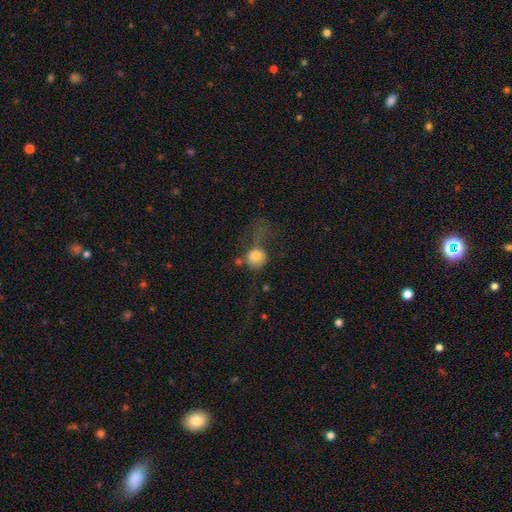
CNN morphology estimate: A smooth galaxy with no disk features (74%) that is round (74%). Merging: major disturbance (45%).